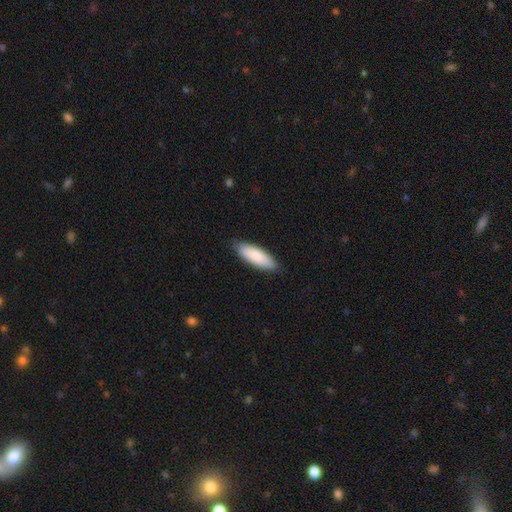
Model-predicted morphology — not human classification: Smooth or featured: smooth — 86% (featured or disk — 8%)
How rounded: in between — 57% (cigar-shaped — 41%)
Merging: none — 85% (minor disturbance — 12%)